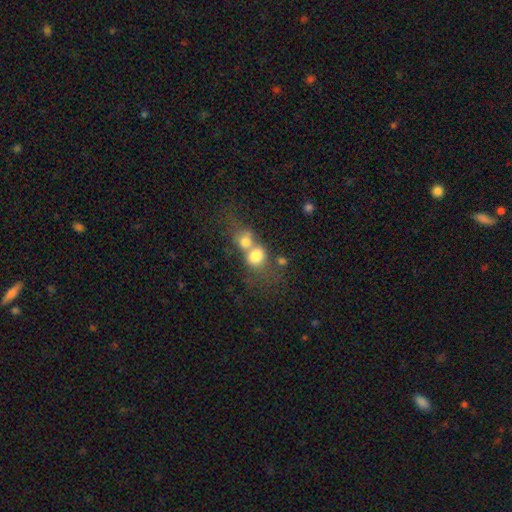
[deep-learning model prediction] Q: Smooth or featured?
A: smooth (73%); runner-up: featured or disk (16%)
Q: How rounded?
A: round (62%); runner-up: in between (37%)
Q: Merging?
A: merger (70%); runner-up: none (19%)